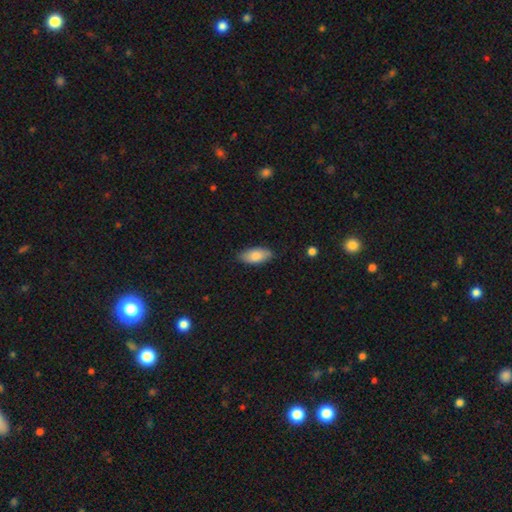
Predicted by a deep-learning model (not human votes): Overall: smooth (81%). How rounded: in between (90%). Merging: none (82%).